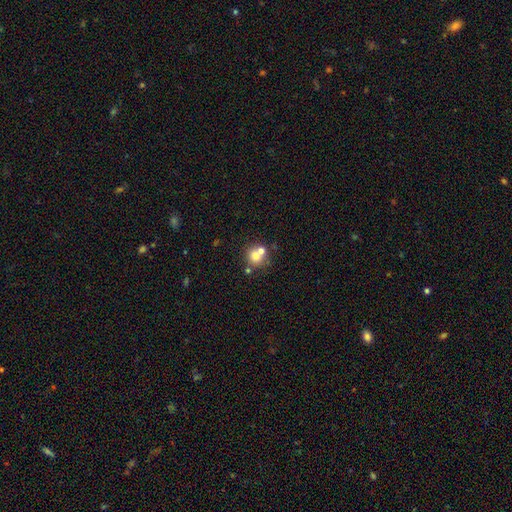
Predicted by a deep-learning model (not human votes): Smooth or featured?
  - smooth: 68% *
  - featured or disk: 18%
  - star or artifact: 14%
How rounded?
  - round: 86% *
  - in between: 13%
  - cigar-shaped: 1%
Merging?
  - none: 50% *
  - merger: 39%
  - minor disturbance: 8%
  - major disturbance: 3%